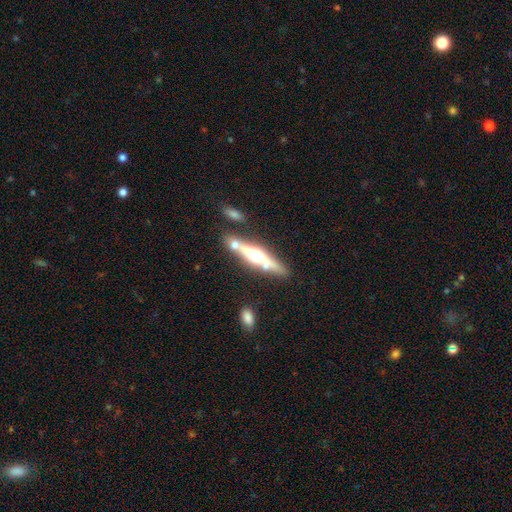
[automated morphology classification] featured or disk 62%, smooth 31%, star or artifact 6%. Down the decision tree: edge-on disk — yes (93%); edge-on bulge — rounded (86%); merging — none (69%).